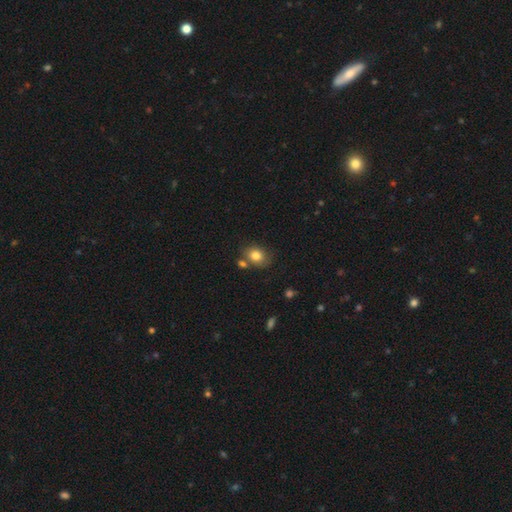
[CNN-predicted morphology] This appears to be a smooth galaxy with no disk features (81%) that is in between round and cigar-shaped (52%). Merging: none (64%).